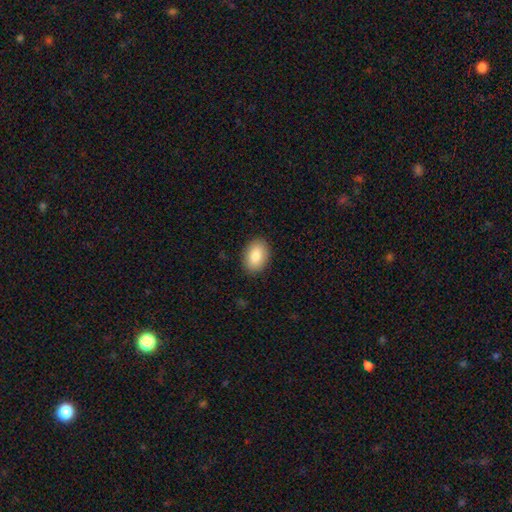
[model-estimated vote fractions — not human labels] A smooth galaxy with no disk features (85%) that is in between round and cigar-shaped (87%). Merging: none (89%).